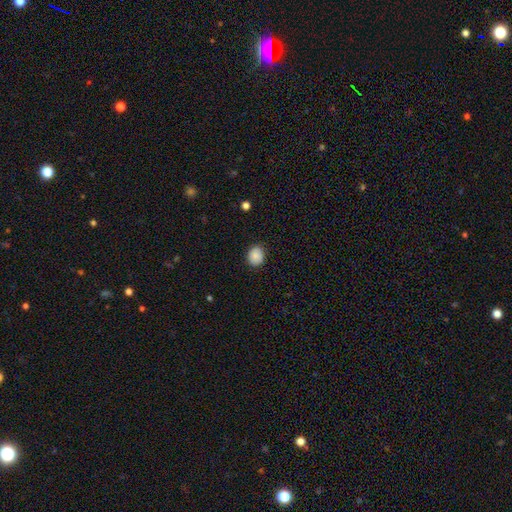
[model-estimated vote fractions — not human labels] A smooth galaxy with no disk features (88%) that is round (64%). Merging: none (86%).